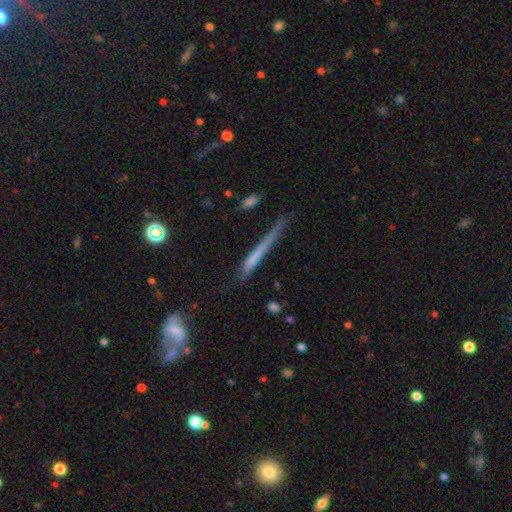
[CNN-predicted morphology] Smooth or featured? smooth (53%)
How rounded? cigar-shaped (95%)
Merging? none (62%)